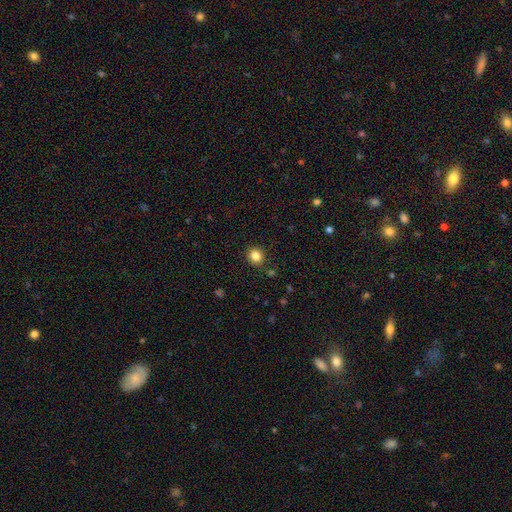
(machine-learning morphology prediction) The model was most divided on "smooth or featured": smooth: 83%, star or artifact: 12%, featured or disk: 5%. More confident: merging — none (88%); how rounded — round (87%).